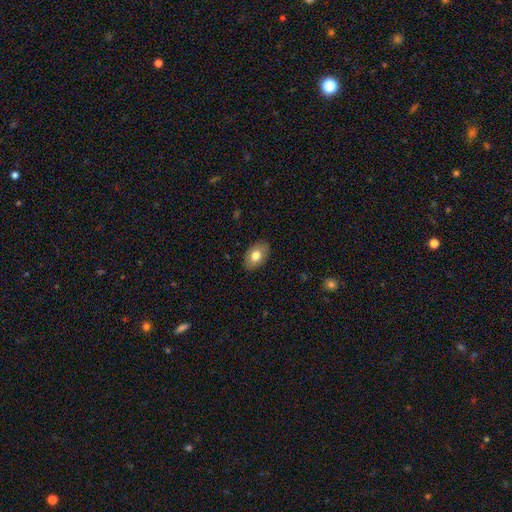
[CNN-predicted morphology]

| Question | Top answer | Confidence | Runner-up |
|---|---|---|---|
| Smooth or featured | smooth | 77% | featured or disk (16%) |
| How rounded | in between | 88% | round (11%) |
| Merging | none | 87% | minor disturbance (10%) |